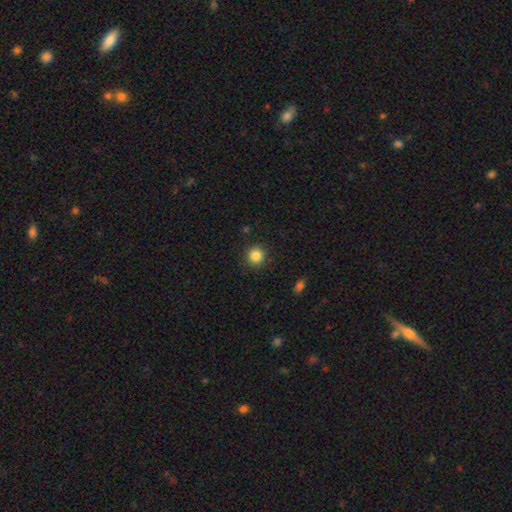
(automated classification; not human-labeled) Smooth or featured? smooth (85%)
How rounded? round (94%)
Merging? none (90%)